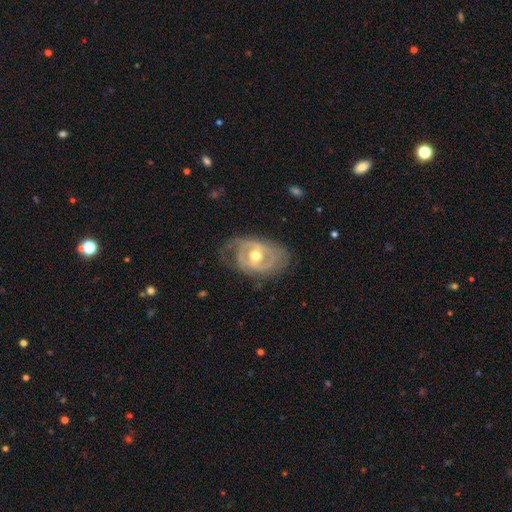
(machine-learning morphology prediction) Smooth or featured: featured or disk — 79% (smooth — 16%)
Edge-on disk: no — 95% (yes — 5%)
Bar: no — 44% (weak — 38%)
Spiral arms: yes — 71% (no — 29%)
Spiral winding: tight — 48% (medium — 34%)
Spiral arm count: 2 — 51% (can't tell — 28%)
Bulge size: moderate — 78% (small — 13%)
Merging: none — 59% (minor disturbance — 25%)